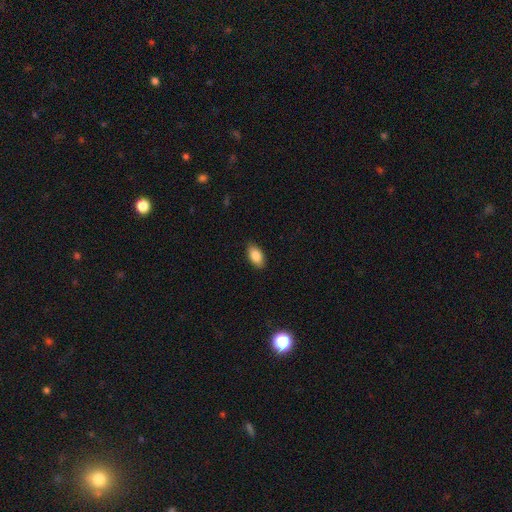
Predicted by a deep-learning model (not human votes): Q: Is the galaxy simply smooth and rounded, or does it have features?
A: smooth — 85%.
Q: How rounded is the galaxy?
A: in between — 92%.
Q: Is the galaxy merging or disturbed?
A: none — 88%.